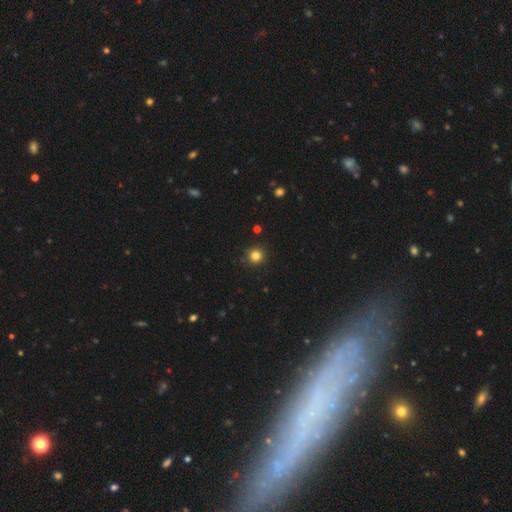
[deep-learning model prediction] smooth-or-featured: smooth: 83% | star or artifact: 13% | featured or disk: 5%
  how-rounded: round: 95% | in between: 4% | cigar-shaped: 1%
  merging: none: 90% | minor disturbance: 6% | major disturbance: 2% | merger: 1%